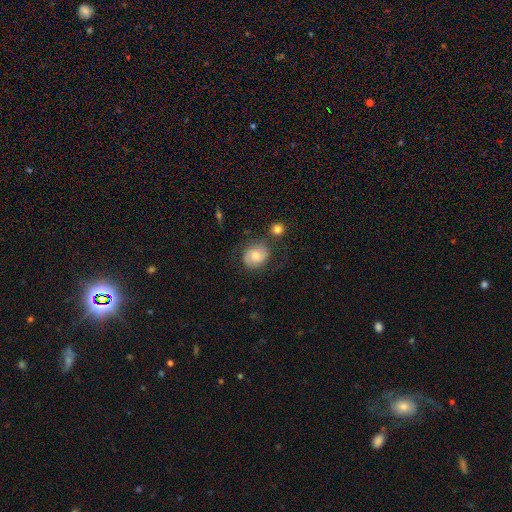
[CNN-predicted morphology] Smooth or featured?
  - smooth: 47% *
  - featured or disk: 43%
  - star or artifact: 9%
Merging?
  - none: 63% *
  - minor disturbance: 21%
  - major disturbance: 11%
  - merger: 5%